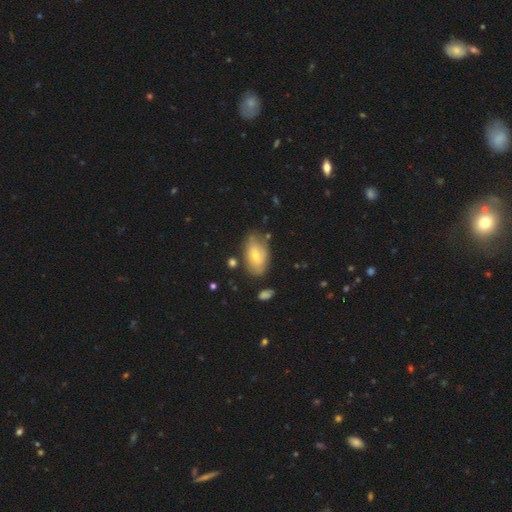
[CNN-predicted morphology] smooth 49%, featured or disk 44%, star or artifact 6%. Down the decision tree: merging — none (64%).